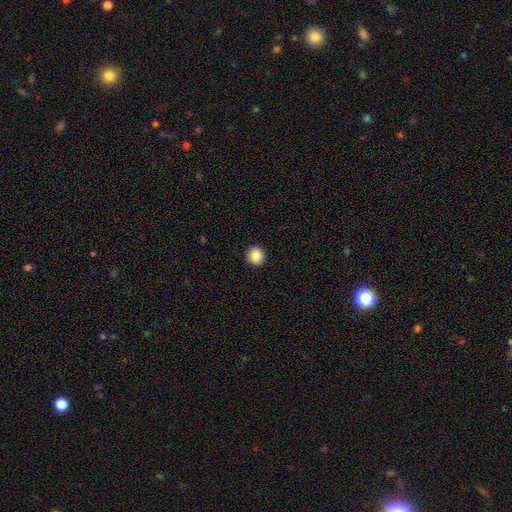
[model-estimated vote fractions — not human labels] smooth 88%, star or artifact 9%, featured or disk 4%. Down the decision tree: how rounded — round (94%); merging — none (93%).